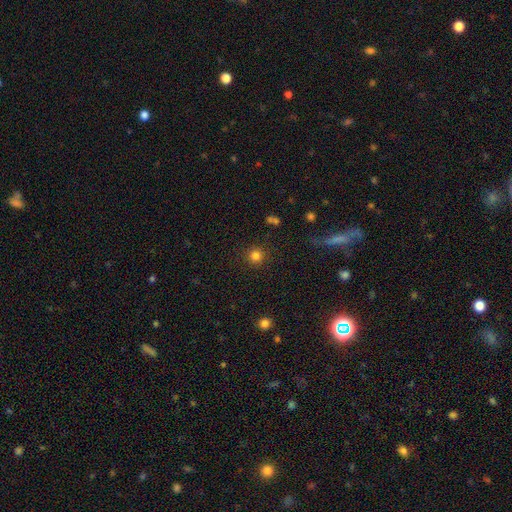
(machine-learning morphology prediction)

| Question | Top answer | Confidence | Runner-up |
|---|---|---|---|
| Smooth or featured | smooth | 82% | star or artifact (14%) |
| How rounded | round | 94% | in between (5%) |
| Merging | none | 89% | minor disturbance (6%) |